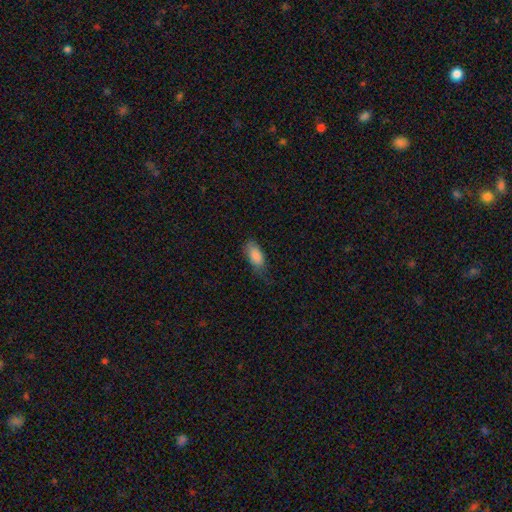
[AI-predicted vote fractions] Smooth or featured: smooth — 86% (featured or disk — 8%)
How rounded: in between — 89% (cigar-shaped — 9%)
Merging: none — 59% (minor disturbance — 30%)